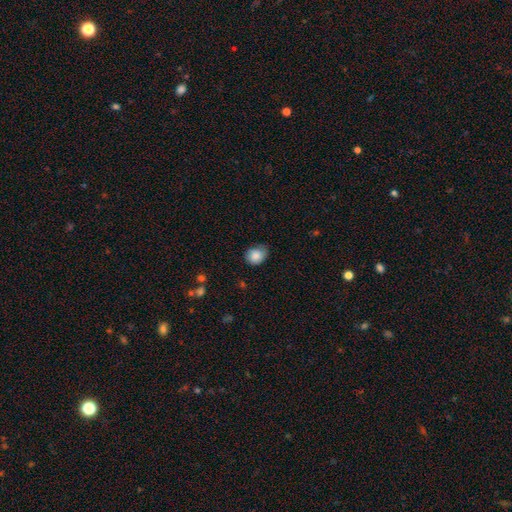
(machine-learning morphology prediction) This appears to be a smooth galaxy with no disk features (85%) that is round (51%). Merging: none (61%).